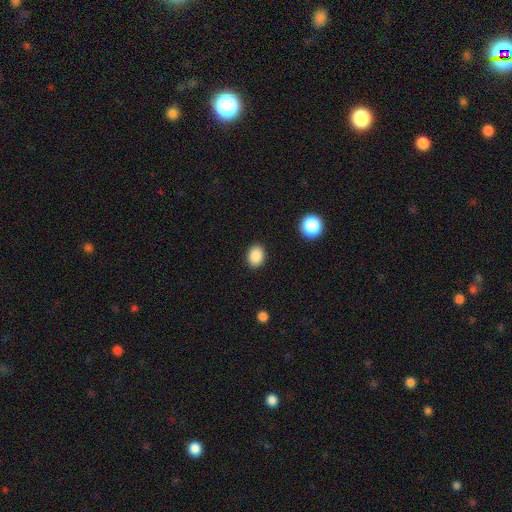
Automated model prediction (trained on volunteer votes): smooth 88%, star or artifact 9%, featured or disk 3%. Down the decision tree: how rounded — in between (59%); merging — none (89%).